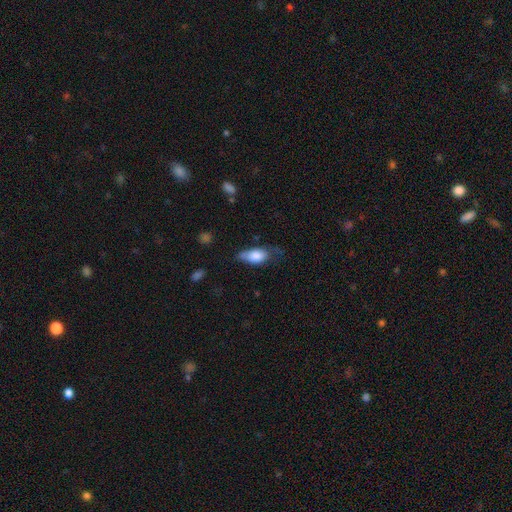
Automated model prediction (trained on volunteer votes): Morphology: type=smooth (75%); roundness=in between (86%); merging=none (42%).